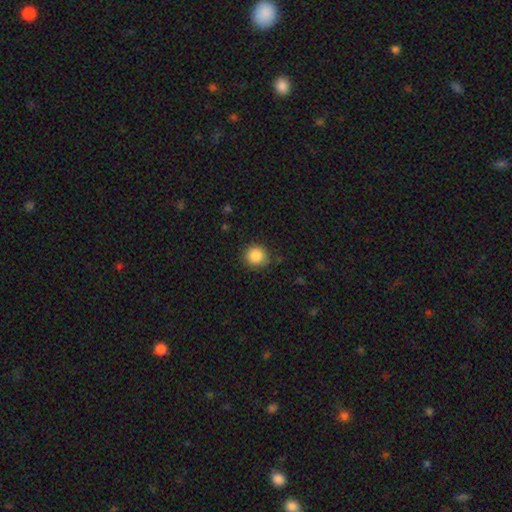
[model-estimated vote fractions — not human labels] Morphology: type=smooth (87%); roundness=round (92%); merging=none (84%).